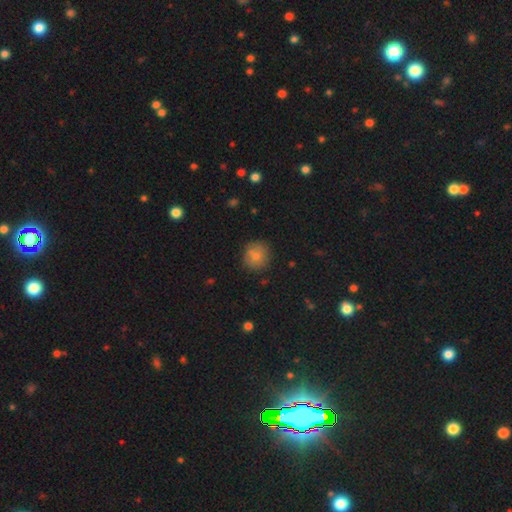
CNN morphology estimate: Smooth or featured? smooth (75%)
How rounded? round (90%)
Merging? none (77%)